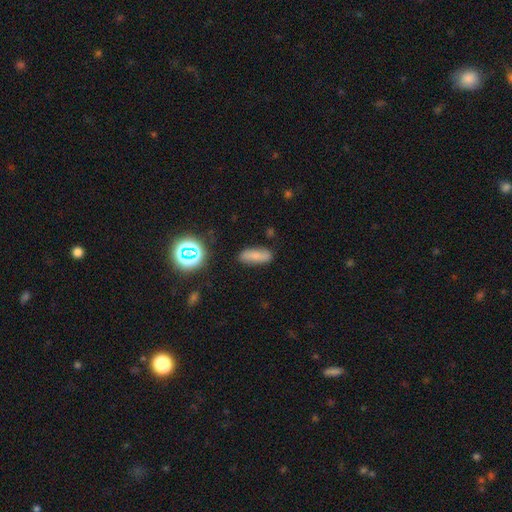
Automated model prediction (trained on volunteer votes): Smooth or featured? Predicted: smooth (p=0.74). How rounded? Predicted: in between (p=0.64). Merging? Predicted: none (p=0.81).